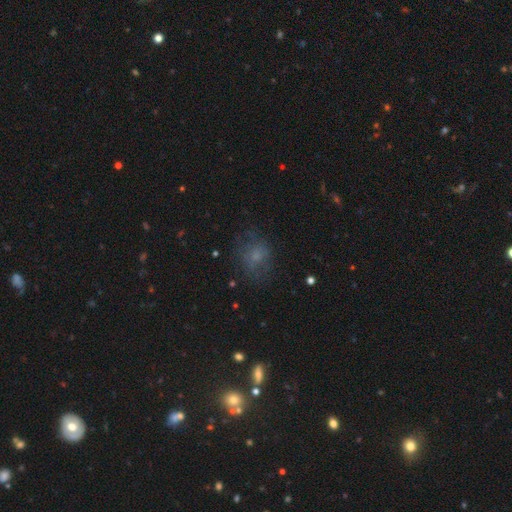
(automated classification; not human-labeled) Morphology: type=smooth (58%); roundness=round (60%); merging=none (61%).